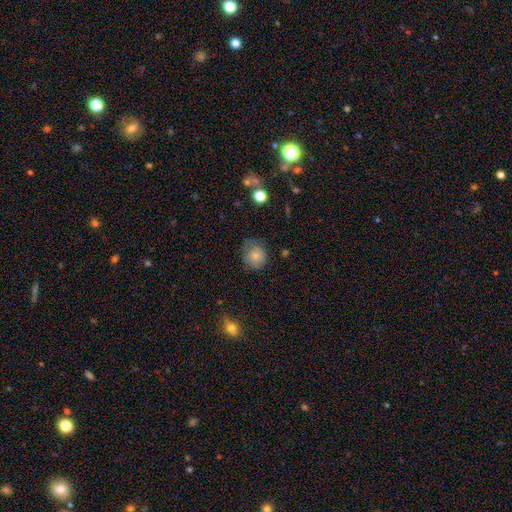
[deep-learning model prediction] smooth_or_featured: smooth (p=0.78) [alt: featured or disk p=0.12]
how_rounded: round (p=0.77) [alt: in between p=0.22]
merging: none (p=0.58) [alt: minor disturbance p=0.29]